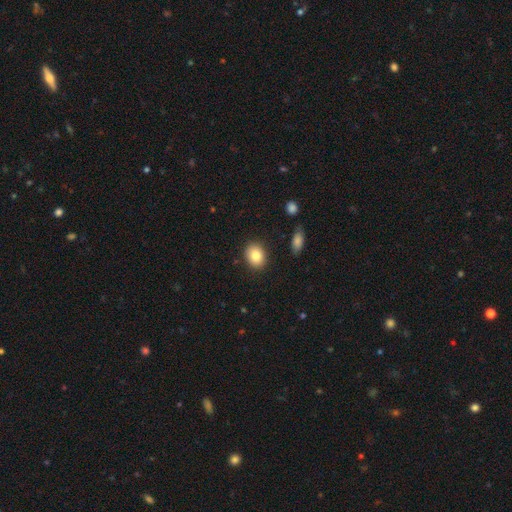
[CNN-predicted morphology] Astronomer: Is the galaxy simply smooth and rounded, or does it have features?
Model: smooth — 84%.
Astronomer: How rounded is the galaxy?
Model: in between — 57% (runner-up: round, 42%).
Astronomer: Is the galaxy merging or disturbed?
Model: none — 88%.